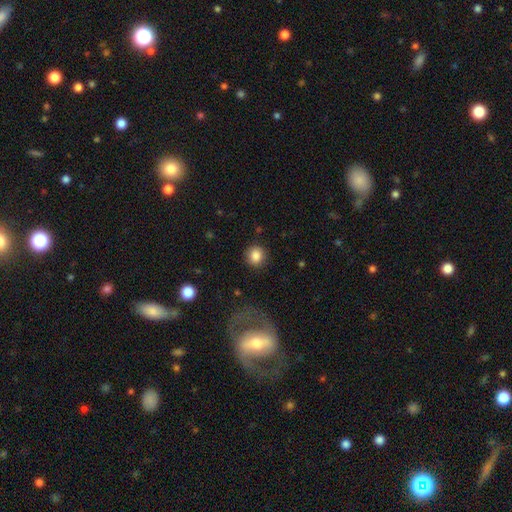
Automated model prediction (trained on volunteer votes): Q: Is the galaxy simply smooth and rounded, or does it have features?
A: smooth — 85%.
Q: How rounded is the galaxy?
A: round — 88%.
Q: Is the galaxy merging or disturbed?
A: none — 89%.